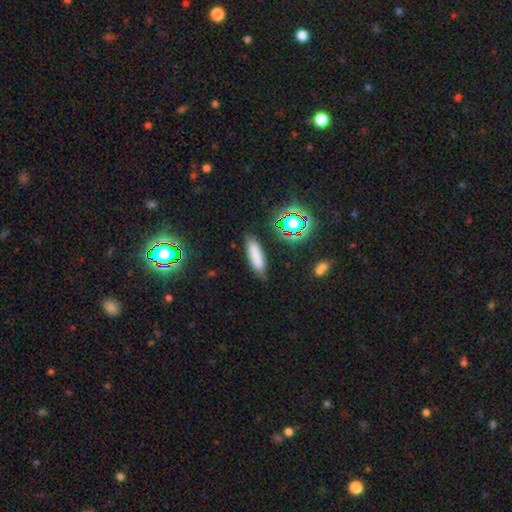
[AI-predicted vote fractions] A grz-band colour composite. It shows a smooth galaxy with no disk features (79%) that is cigar-shaped (51%). Merging: none (83%).